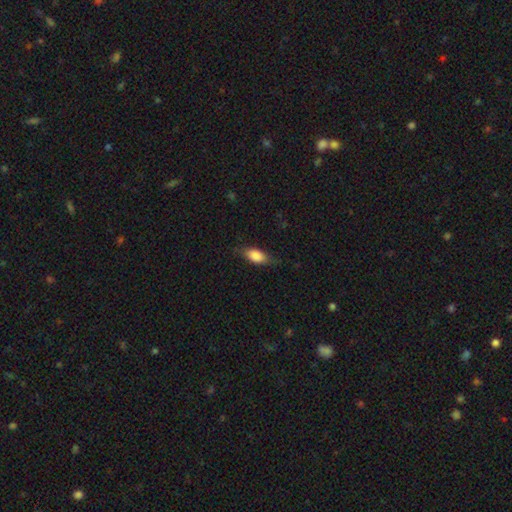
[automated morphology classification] smooth 77%, featured or disk 16%, star or artifact 7%. Down the decision tree: how rounded — in between (82%); merging — none (72%).